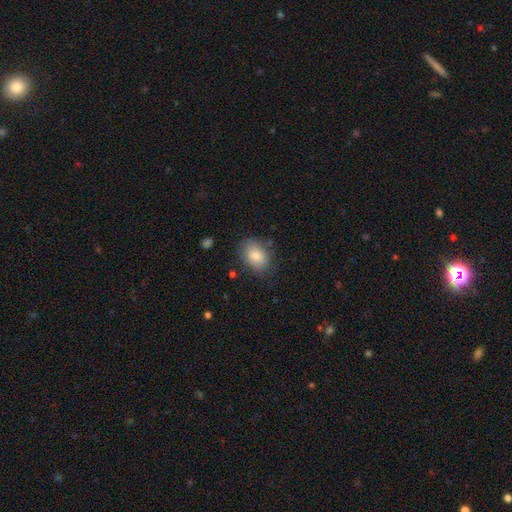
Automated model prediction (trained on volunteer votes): Smooth or featured? Predicted: smooth (p=0.82). How rounded? Predicted: in between (p=0.77). Merging? Predicted: none (p=0.78).